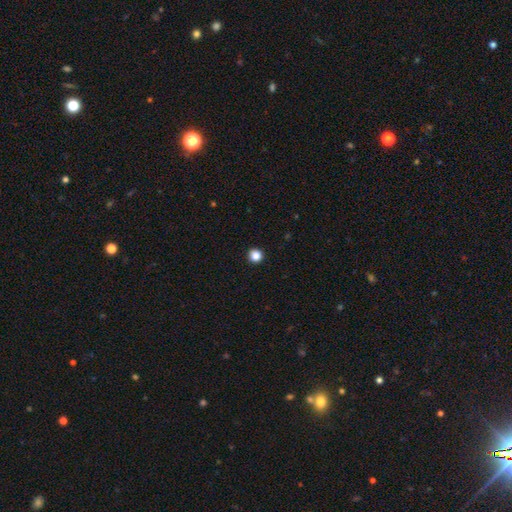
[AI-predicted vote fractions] smooth 86%, star or artifact 11%, featured or disk 3%. Down the decision tree: how rounded — round (96%); merging — none (94%).